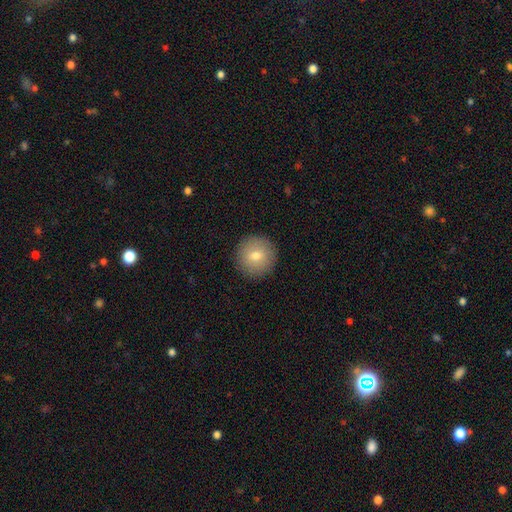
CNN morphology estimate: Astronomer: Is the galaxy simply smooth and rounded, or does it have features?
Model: smooth — 76%.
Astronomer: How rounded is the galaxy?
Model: round — 95%.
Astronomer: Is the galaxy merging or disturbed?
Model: none — 92%.